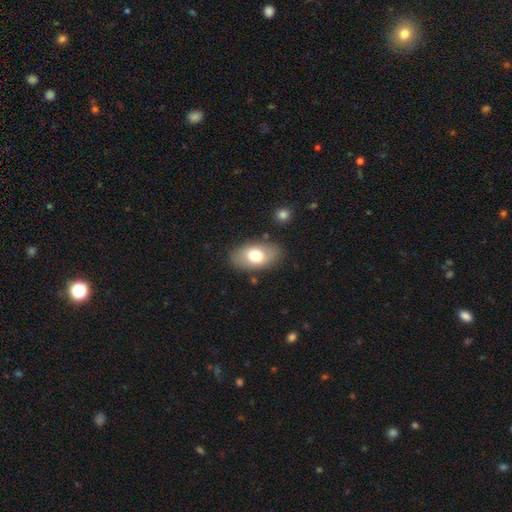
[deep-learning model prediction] Overall: smooth (69%). How rounded: in between (91%). Merging: none (82%).